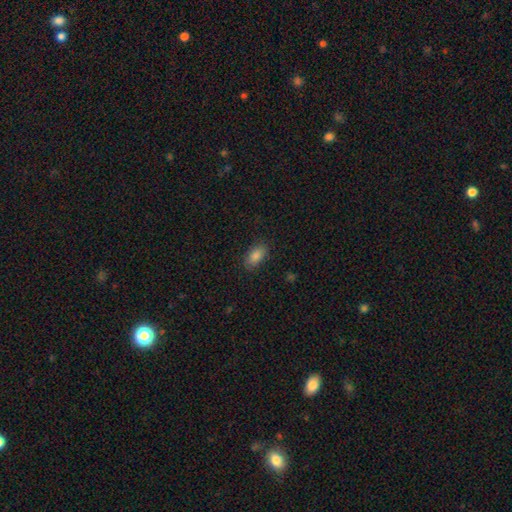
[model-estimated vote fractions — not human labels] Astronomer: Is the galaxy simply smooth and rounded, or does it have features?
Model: smooth — 85%.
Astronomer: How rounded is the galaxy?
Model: in between — 91%.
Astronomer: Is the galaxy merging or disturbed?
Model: none — 87%.